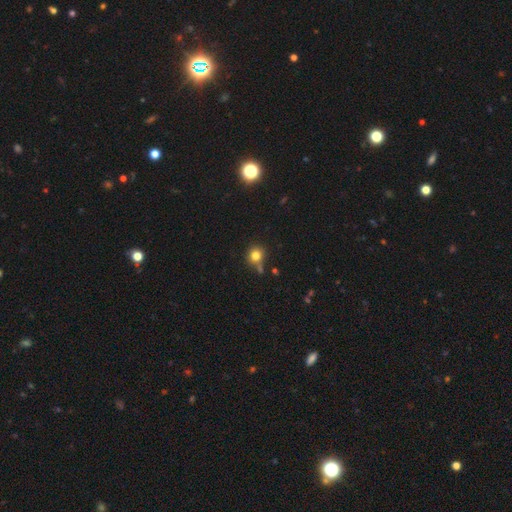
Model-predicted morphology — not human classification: Smooth or featured?
  - smooth: 80% *
  - star or artifact: 13%
  - featured or disk: 7%
How rounded?
  - round: 89% *
  - in between: 10%
  - cigar-shaped: 1%
Merging?
  - none: 71% *
  - minor disturbance: 13%
  - merger: 12%
  - major disturbance: 4%